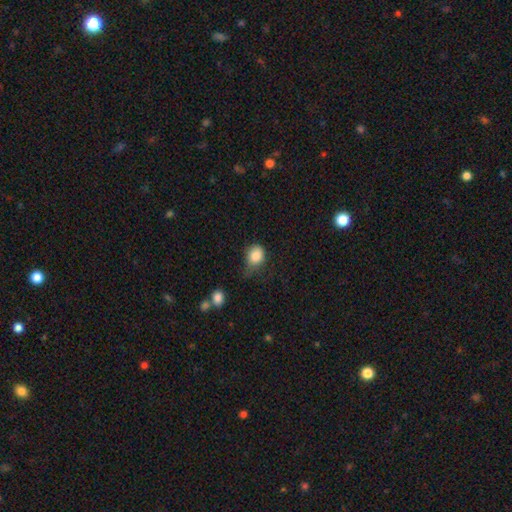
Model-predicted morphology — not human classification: Smooth or featured?
  - smooth: 84% *
  - star or artifact: 10%
  - featured or disk: 6%
How rounded?
  - round: 60% *
  - in between: 39%
  - cigar-shaped: 1%
Merging?
  - none: 42% *
  - minor disturbance: 40%
  - major disturbance: 14%
  - merger: 4%